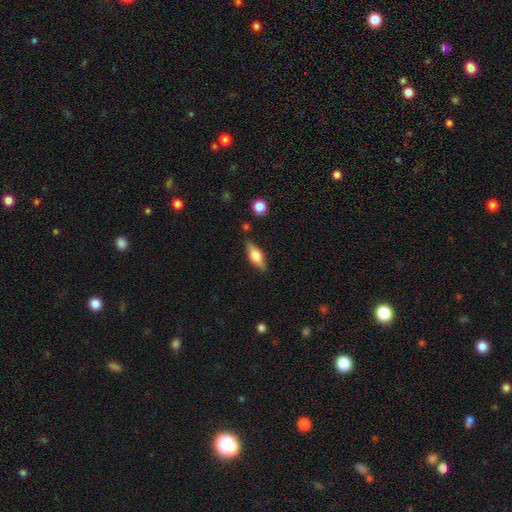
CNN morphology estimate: This appears to be a smooth galaxy with no disk features (52%) that is in between round and cigar-shaped (61%). Merging: none (82%).